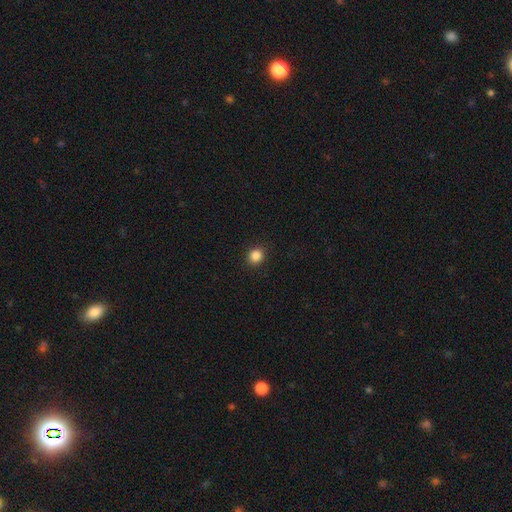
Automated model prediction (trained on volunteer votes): A smooth galaxy with no disk features (86%) that is round (78%).

Vote fractions:
- Smooth or featured? smooth: 86% / star or artifact: 11% / featured or disk: 4%
- How rounded? round: 78% / in between: 21% / cigar-shaped: 1%
- Merging? none: 92% / minor disturbance: 6% / major disturbance: 2% / merger: 1%